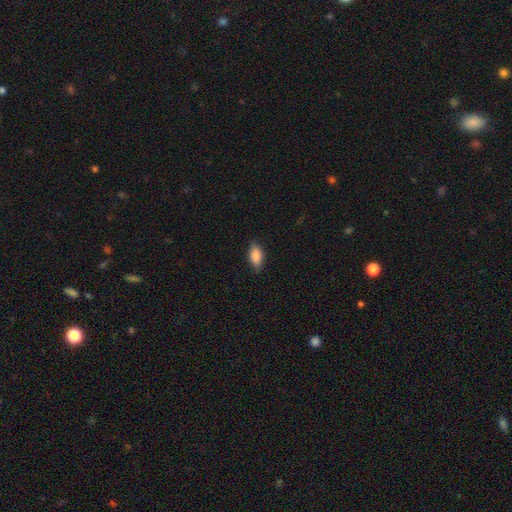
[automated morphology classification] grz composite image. It shows a smooth galaxy with no disk features (84%) that is in between round and cigar-shaped (87%). Merging: none (84%).